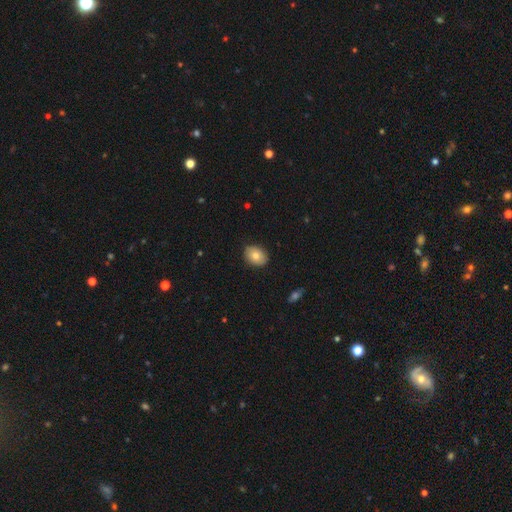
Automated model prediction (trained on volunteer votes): A smooth galaxy with no disk features (80%) that is in between round and cigar-shaped (70%).

Vote fractions:
- Smooth or featured? smooth: 80% / featured or disk: 12% / star or artifact: 8%
- How rounded? in between: 70% / round: 29% / cigar-shaped: 1%
- Merging? none: 86% / minor disturbance: 11% / major disturbance: 2% / merger: 1%